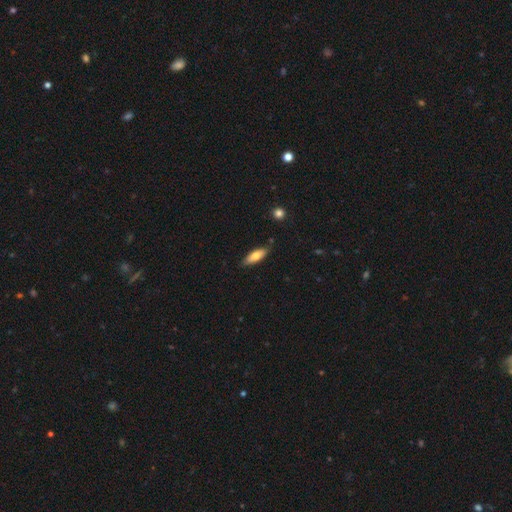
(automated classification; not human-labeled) This is likely a smooth galaxy (74%). How rounded: likely in between (62%). Merging: clearly none (82%).